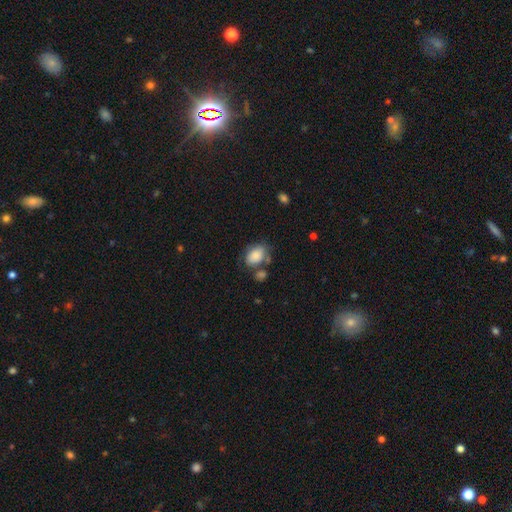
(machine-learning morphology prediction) Smooth or featured: smooth — 83% (featured or disk — 9%)
How rounded: in between — 83% (round — 16%)
Merging: none — 51% (minor disturbance — 23%)